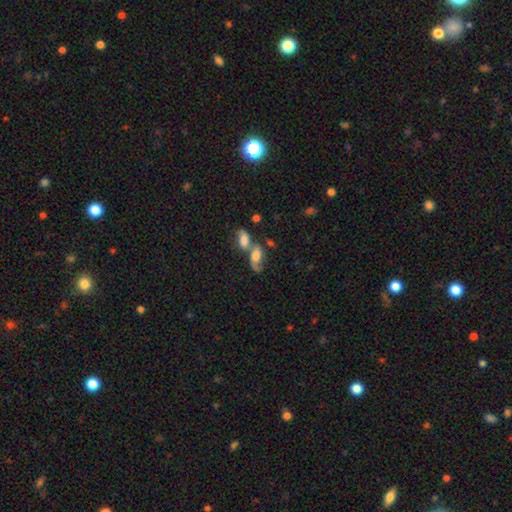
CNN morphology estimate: Smooth or featured?
  - smooth: 52% *
  - featured or disk: 36%
  - star or artifact: 11%
How rounded?
  - in between: 84% *
  - round: 8%
  - cigar-shaped: 8%
Merging?
  - merger: 62% *
  - none: 19%
  - minor disturbance: 9%
  - major disturbance: 9%